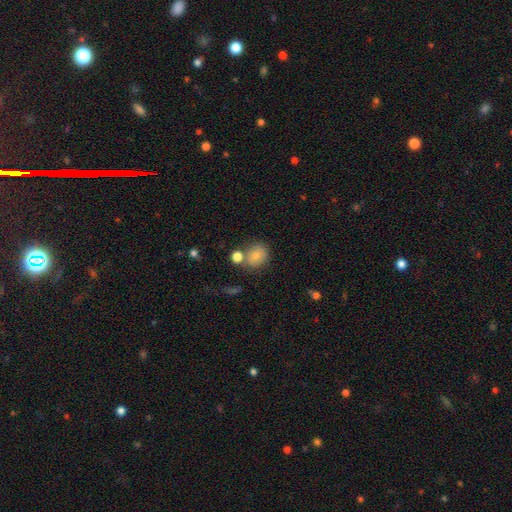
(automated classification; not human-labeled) A smooth galaxy with no disk features (77%) that is round (67%).

Vote fractions:
- Smooth or featured? smooth: 77% / featured or disk: 12% / star or artifact: 10%
- How rounded? round: 67% / in between: 31% / cigar-shaped: 1%
- Merging? none: 62% / merger: 19% / minor disturbance: 14% / major disturbance: 5%